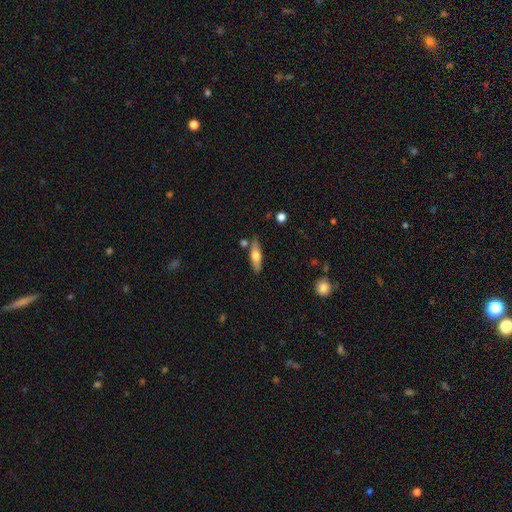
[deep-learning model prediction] smooth-or-featured: smooth: 60% | featured or disk: 33% | star or artifact: 6%
  how-rounded: cigar-shaped: 54% | in between: 44% | round: 3%
  merging: none: 78% | minor disturbance: 13% | merger: 6% | major disturbance: 3%